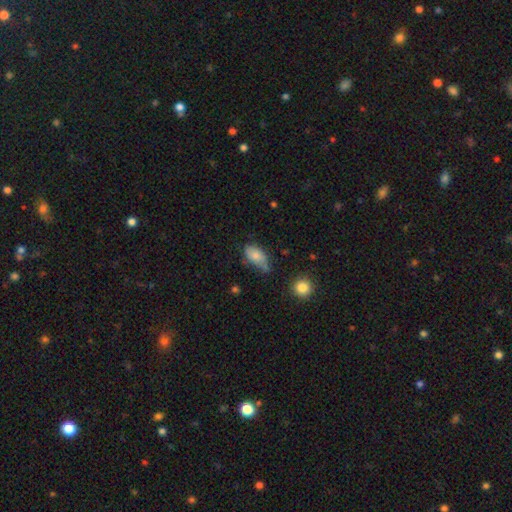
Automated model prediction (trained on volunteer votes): A smooth galaxy with no disk features (77%) that is in between round and cigar-shaped (91%).

Vote fractions:
- Smooth or featured? smooth: 77% / featured or disk: 15% / star or artifact: 8%
- How rounded? in between: 91% / round: 5% / cigar-shaped: 4%
- Merging? none: 43% / minor disturbance: 39% / major disturbance: 12% / merger: 6%